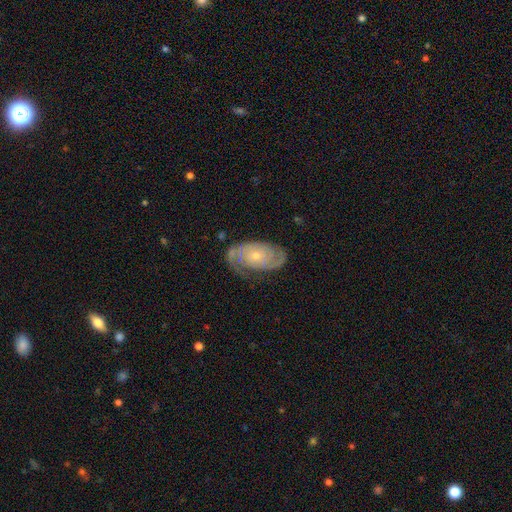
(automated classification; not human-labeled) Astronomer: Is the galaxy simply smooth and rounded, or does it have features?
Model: featured or disk — 79%.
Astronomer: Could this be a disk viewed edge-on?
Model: no — 95%.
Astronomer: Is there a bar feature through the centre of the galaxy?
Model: no — 77%.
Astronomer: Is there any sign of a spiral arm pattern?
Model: yes — 92%.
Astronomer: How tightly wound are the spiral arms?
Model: tight — 56% (runner-up: medium, 33%).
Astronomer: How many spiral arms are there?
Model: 2 — 69%.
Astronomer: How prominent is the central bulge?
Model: small — 65%.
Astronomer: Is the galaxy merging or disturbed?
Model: none — 69%.